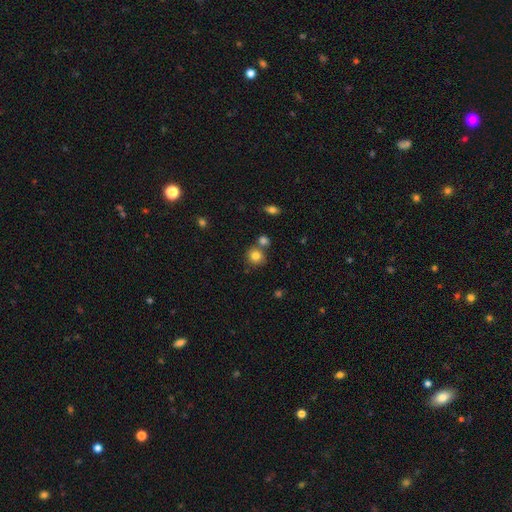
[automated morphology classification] Smooth or featured?
  - smooth: 81% *
  - star or artifact: 11%
  - featured or disk: 8%
How rounded?
  - round: 85% *
  - in between: 14%
  - cigar-shaped: 1%
Merging?
  - none: 66% *
  - merger: 21%
  - minor disturbance: 10%
  - major disturbance: 3%